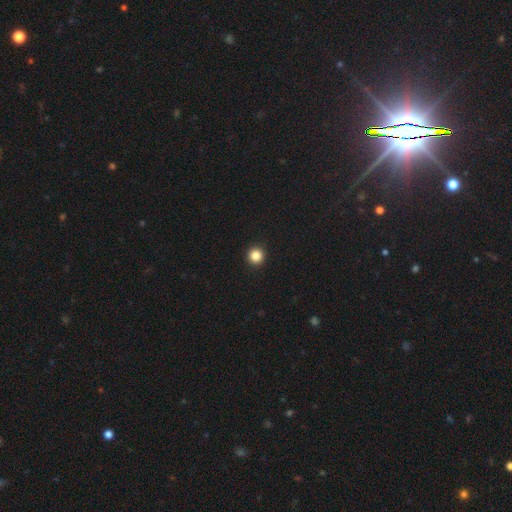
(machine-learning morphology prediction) Smooth or featured?
  - smooth: 85% *
  - star or artifact: 11%
  - featured or disk: 3%
How rounded?
  - round: 96% *
  - in between: 3%
  - cigar-shaped: 1%
Merging?
  - none: 94% *
  - minor disturbance: 3%
  - major disturbance: 1%
  - merger: 1%